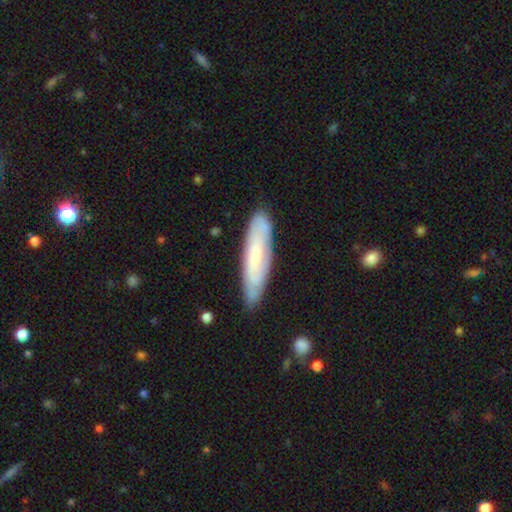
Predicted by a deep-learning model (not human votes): Q: Smooth or featured?
A: featured or disk (50%); runner-up: smooth (44%)
Q: Edge-on disk?
A: no (63%); runner-up: yes (37%)
Q: Merging?
A: none (79%); runner-up: minor disturbance (17%)